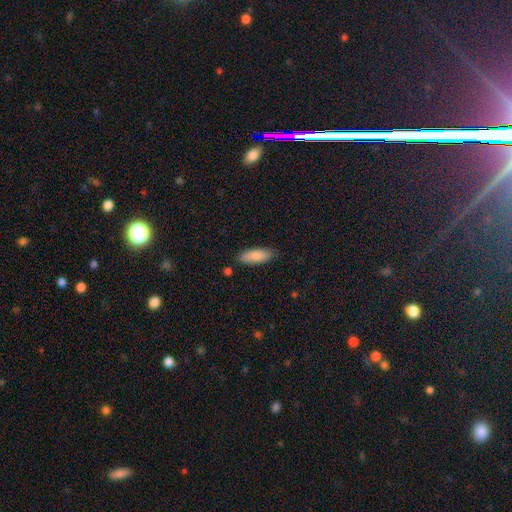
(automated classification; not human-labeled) Smooth or featured? Predicted: smooth (p=0.86). How rounded? Predicted: in between (p=0.64). Merging? Predicted: none (p=0.82).